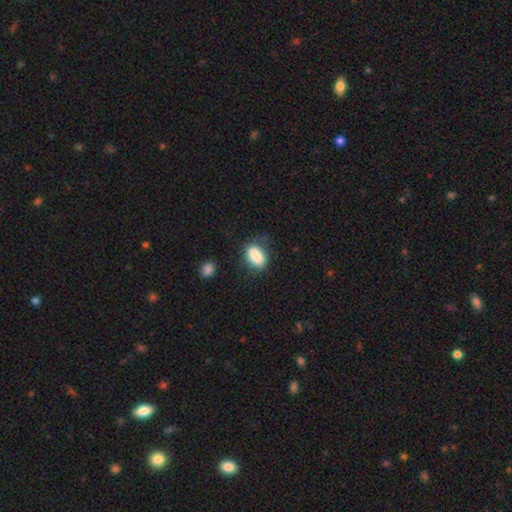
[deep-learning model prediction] Smooth or featured? smooth (84%)
How rounded? in between (87%)
Merging? none (65%)